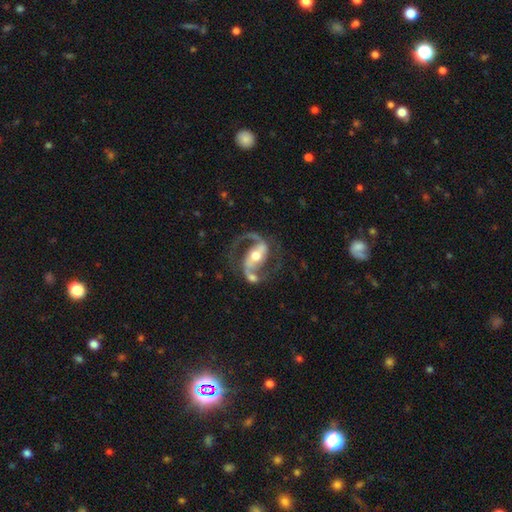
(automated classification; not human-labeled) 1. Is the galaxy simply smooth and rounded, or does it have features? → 91% featured or disk, 5% smooth, 4% star or artifact.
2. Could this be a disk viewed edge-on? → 97% no, 3% yes.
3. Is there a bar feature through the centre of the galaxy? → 52% strong, 30% weak, 18% no.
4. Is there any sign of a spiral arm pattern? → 97% yes, 3% no.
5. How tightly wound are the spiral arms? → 58% medium, 30% loose, 12% tight.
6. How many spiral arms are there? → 92% 2, 3% 1, 2% can't tell, 1% 3, 1% 4, 1% more than 4.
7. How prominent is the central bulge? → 68% moderate, 22% small, 8% large, 1% none, 1% dominant.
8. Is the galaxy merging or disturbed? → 67% none, 14% minor disturbance, 12% major disturbance, 7% merger.